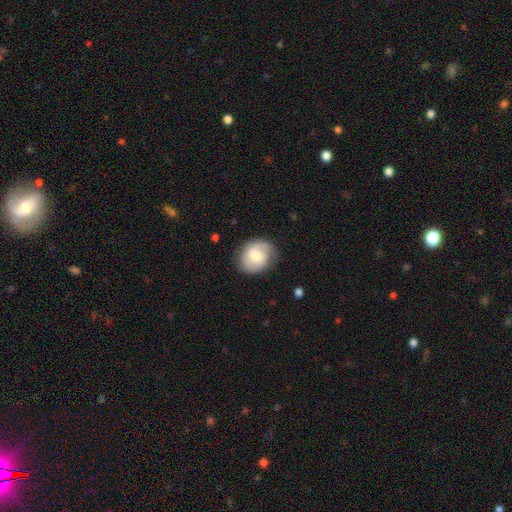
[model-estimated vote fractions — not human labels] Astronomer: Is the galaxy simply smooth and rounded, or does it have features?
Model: featured or disk — 49% (runner-up: smooth, 44%).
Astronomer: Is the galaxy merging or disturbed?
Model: none — 75%.